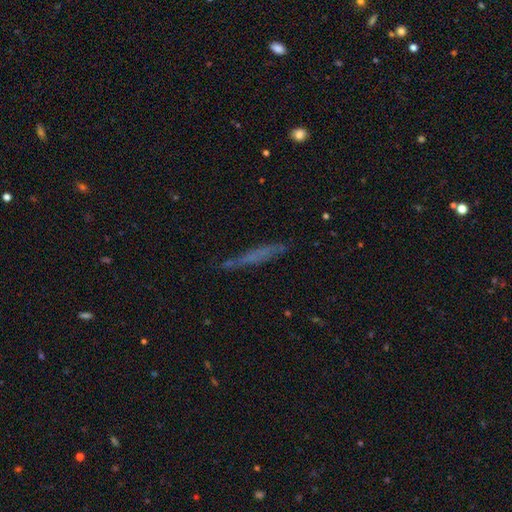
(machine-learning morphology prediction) Smooth or featured: smooth — 50% (featured or disk — 40%)
Merging: none — 74% (minor disturbance — 18%)